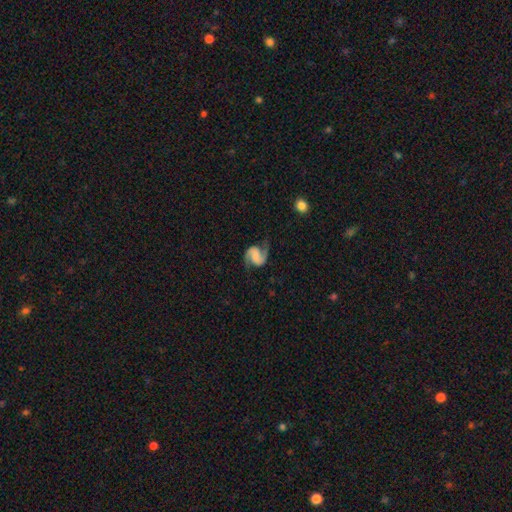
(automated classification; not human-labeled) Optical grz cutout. It shows a featured or disk galaxy (89%) with no bar (43%), 2 (94%) medium (53%) spiral arms (98%) and no central bulge (57%). Merging: none (79%).